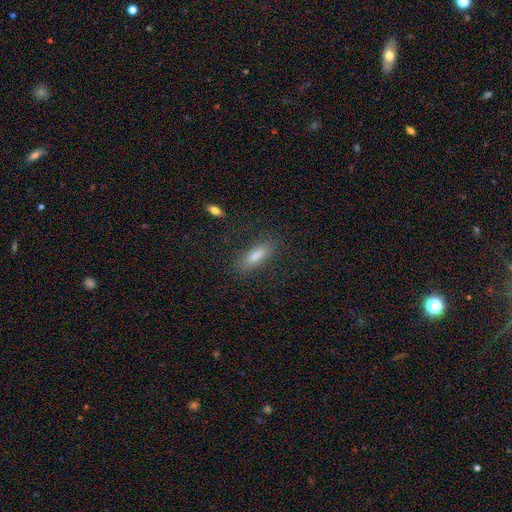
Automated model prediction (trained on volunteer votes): smooth 74%, featured or disk 16%, star or artifact 10%. Down the decision tree: how rounded — cigar-shaped (53%); merging — none (82%).